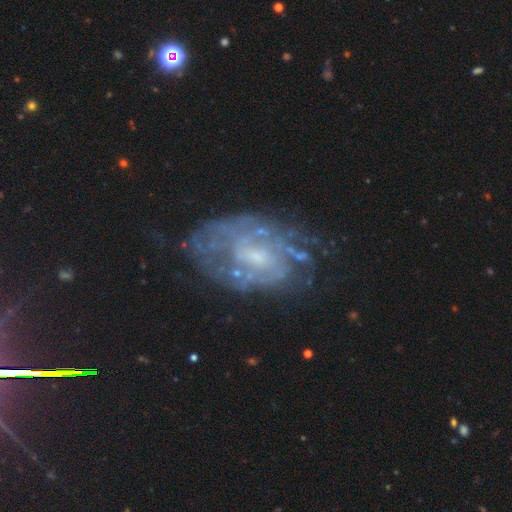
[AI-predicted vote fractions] A featured or disk galaxy (77%) with no bar (60%), tight (53%) spiral arms (70%) and a small central bulge (52%). Merging: none (61%).